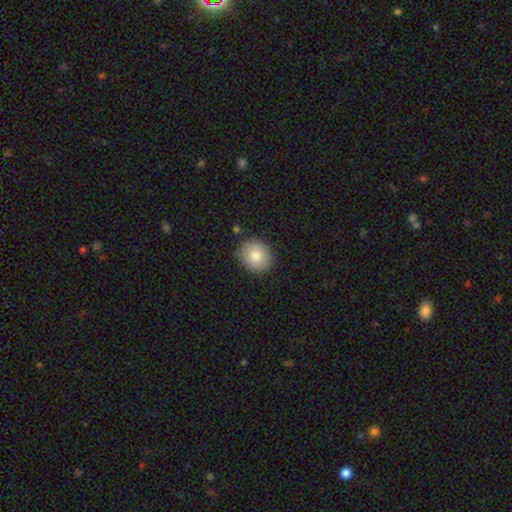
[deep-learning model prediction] A smooth galaxy with no disk features (82%) that is round (71%). Merging: none (86%).